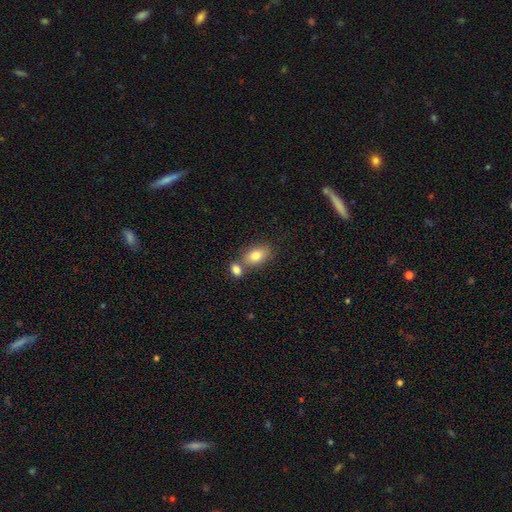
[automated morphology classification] type=smooth (81%); roundness=in between (83%); merging=none (52%).